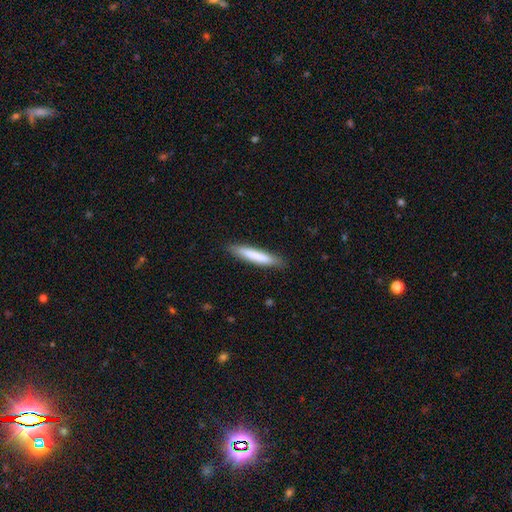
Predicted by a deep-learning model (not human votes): Smooth or featured? smooth (78%)
How rounded? cigar-shaped (90%)
Merging? none (87%)